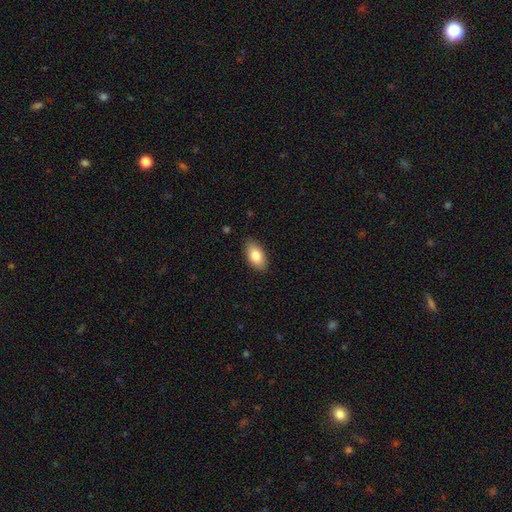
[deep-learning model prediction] Smooth or featured: smooth — 82% (featured or disk — 12%)
How rounded: in between — 93% (round — 4%)
Merging: none — 86% (minor disturbance — 10%)